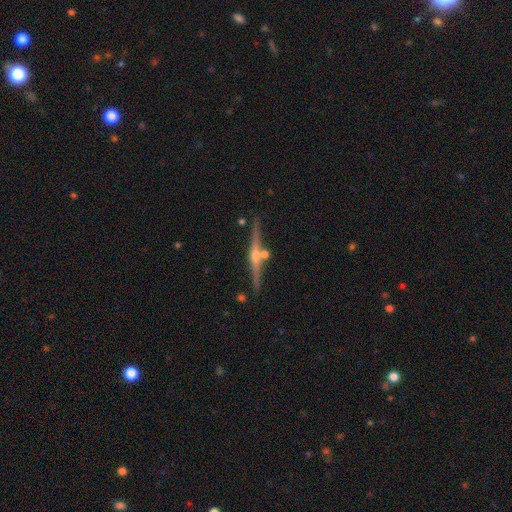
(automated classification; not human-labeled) smooth_or_featured: featured or disk (p=0.78) [alt: smooth p=0.15]
disk_edge_on: yes (p=0.98) [alt: no p=0.02]
edge_on_bulge: rounded (p=0.89) [alt: none p=0.07]
merging: none (p=0.81) [alt: minor disturbance p=0.09]